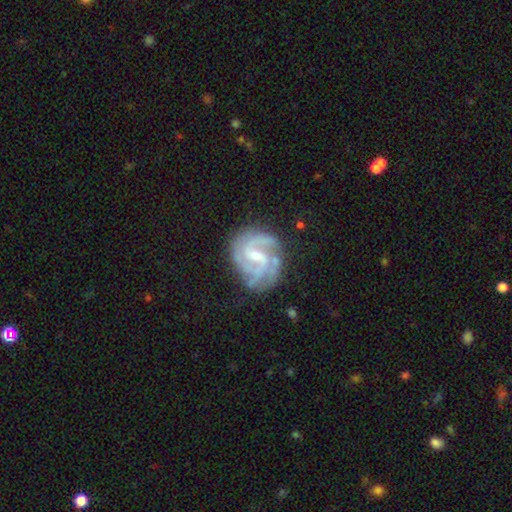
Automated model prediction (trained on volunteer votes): Q: Smooth or featured?
A: featured or disk (88%); runner-up: smooth (7%)
Q: Edge-on disk?
A: no (98%); runner-up: yes (2%)
Q: Bar?
A: weak (57%); runner-up: no (22%)
Q: Spiral arms?
A: yes (97%); runner-up: no (3%)
Q: Spiral winding?
A: tight (46%); runner-up: medium (45%)
Q: Spiral arm count?
A: 2 (36%); runner-up: 3 (32%)
Q: Bulge size?
A: small (49%); runner-up: moderate (39%)
Q: Merging?
A: none (67%); runner-up: minor disturbance (20%)